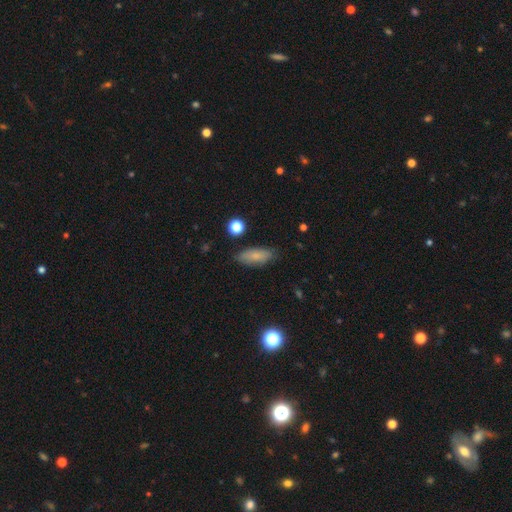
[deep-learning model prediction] A smooth galaxy with no disk features (78%) that is in between round and cigar-shaped (71%). Merging: none (82%).